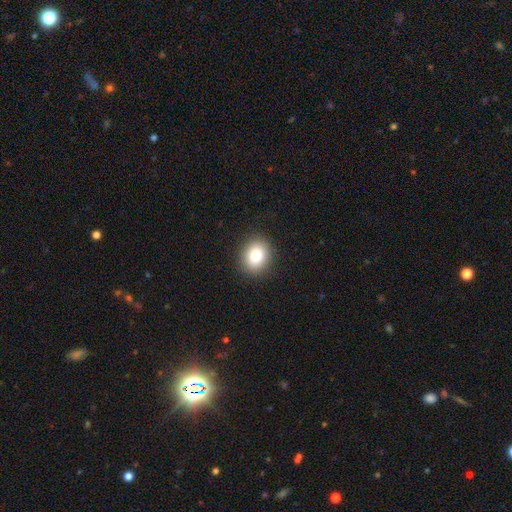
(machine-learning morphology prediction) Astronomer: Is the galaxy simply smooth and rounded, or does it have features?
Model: smooth — 82%.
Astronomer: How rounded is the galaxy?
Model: round — 60% (runner-up: in between, 39%).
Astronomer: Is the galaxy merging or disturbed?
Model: none — 90%.